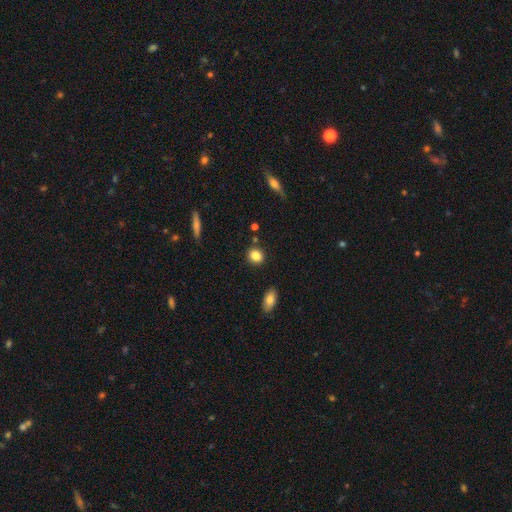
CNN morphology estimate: This is clearly a smooth galaxy (84%). How rounded: likely round (67%). Merging: clearly none (85%).